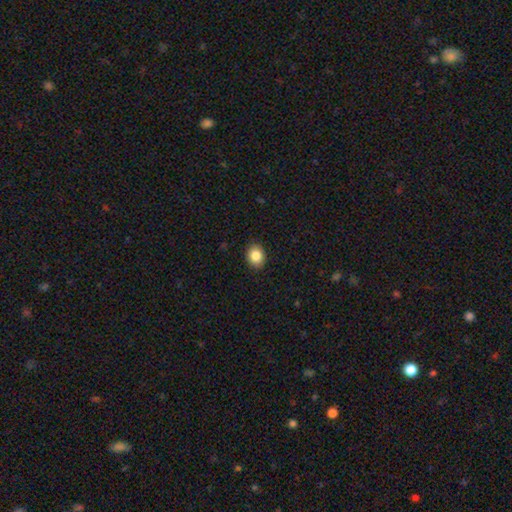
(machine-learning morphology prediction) smooth-or-featured: smooth: 85% | star or artifact: 9% | featured or disk: 6%
  how-rounded: round: 53% | in between: 46% | cigar-shaped: 1%
  merging: none: 90% | minor disturbance: 8% | major disturbance: 2% | merger: 1%